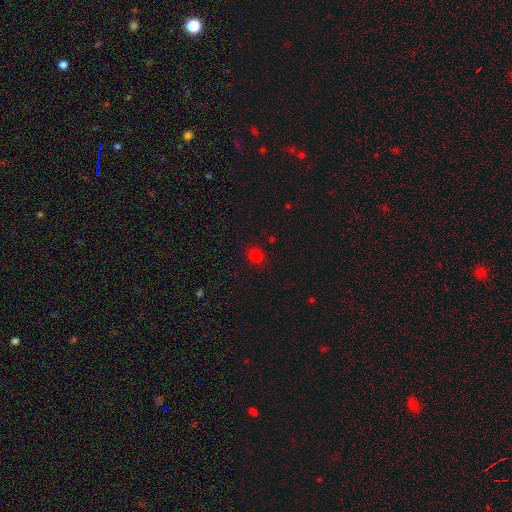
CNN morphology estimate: A smooth galaxy with no disk features (78%) that is round (71%).

Vote fractions:
- Smooth or featured? smooth: 78% / star or artifact: 18% / featured or disk: 4%
- How rounded? round: 71% / in between: 28% / cigar-shaped: 1%
- Merging? none: 87% / minor disturbance: 9% / major disturbance: 3% / merger: 1%